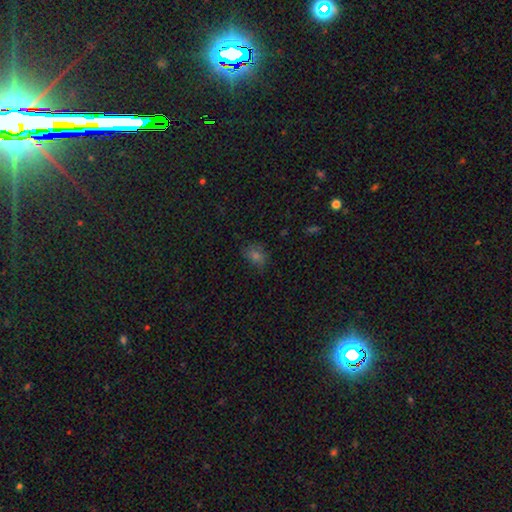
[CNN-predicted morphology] Smooth or featured? Predicted: smooth (p=0.64). How rounded? Predicted: in between (p=0.55). Merging? Predicted: none (p=0.70).